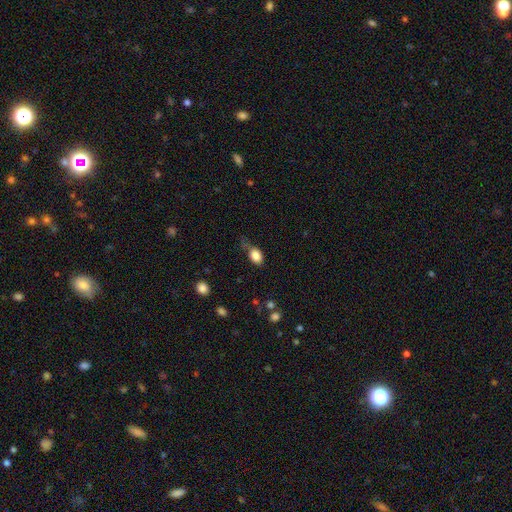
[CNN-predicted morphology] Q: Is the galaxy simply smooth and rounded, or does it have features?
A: smooth — 84%.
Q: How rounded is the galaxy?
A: in between — 77%.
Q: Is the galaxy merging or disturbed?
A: none — 49%.